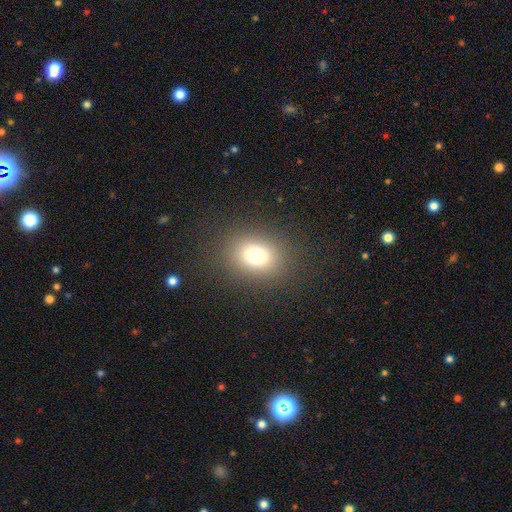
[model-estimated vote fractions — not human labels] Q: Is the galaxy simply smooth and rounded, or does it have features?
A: smooth — 73%.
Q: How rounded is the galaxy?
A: round — 56%.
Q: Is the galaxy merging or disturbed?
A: none — 86%.